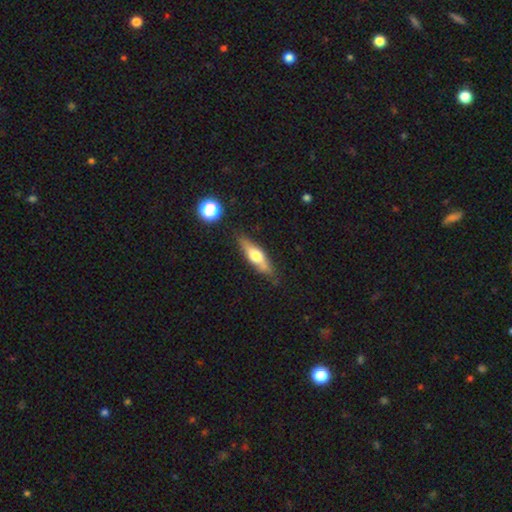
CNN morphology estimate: Q: Smooth or featured?
A: smooth (47%); runner-up: featured or disk (46%)
Q: Merging?
A: none (78%); runner-up: minor disturbance (16%)